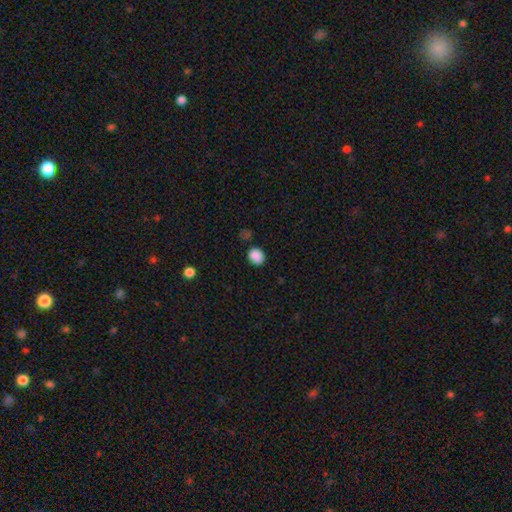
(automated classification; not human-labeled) The model was most divided on "how rounded": round: 58%, in between: 41%, cigar-shaped: 1%. More confident: smooth or featured — smooth (87%); merging — none (79%).